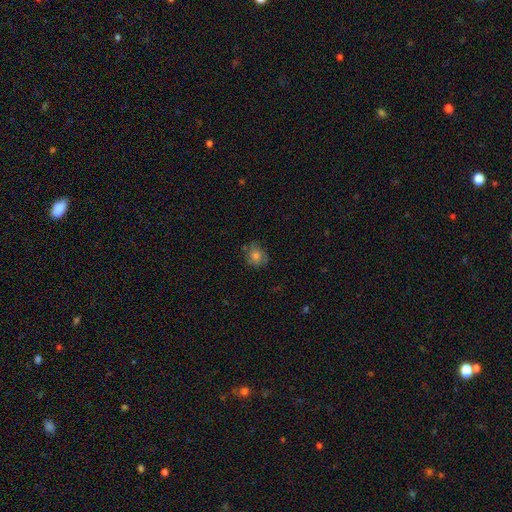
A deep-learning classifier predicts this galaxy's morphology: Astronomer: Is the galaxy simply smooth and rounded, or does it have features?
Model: smooth — 74%.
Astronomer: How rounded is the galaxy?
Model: round — 82%.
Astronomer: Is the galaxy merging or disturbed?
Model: none — 73%.